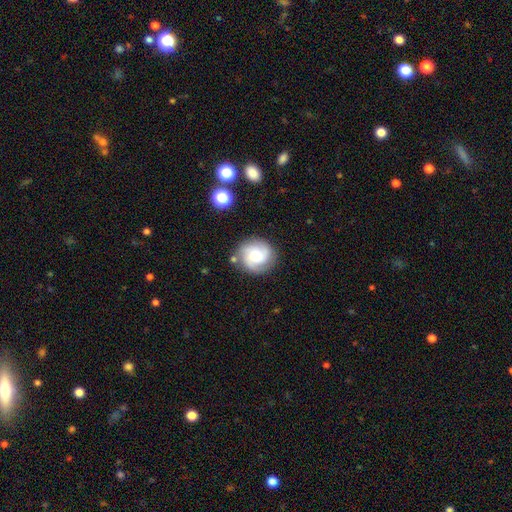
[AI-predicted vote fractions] The model was most divided on "bulge size": moderate: 41%, large: 25%, small: 24%, none: 5%, dominant: 5%. More confident: edge-on disk — no (98%); spiral arms — yes (92%); merging — none (78%); bar — no (71%); smooth or featured — featured or disk (54%).